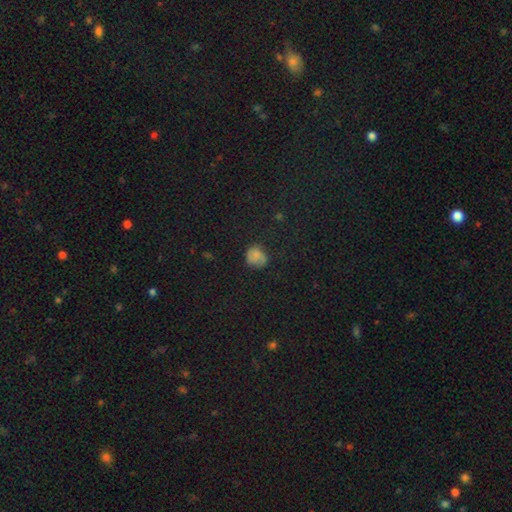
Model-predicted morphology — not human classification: This is likely a smooth galaxy (65%). How rounded: likely round (73%). Merging: likely none (64%).